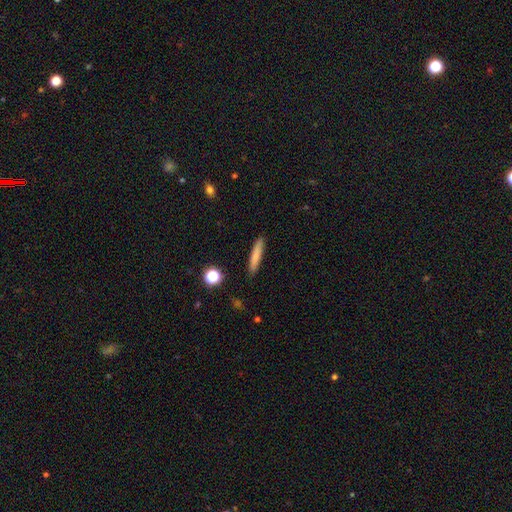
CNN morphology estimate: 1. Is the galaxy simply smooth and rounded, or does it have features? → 76% smooth, 16% featured or disk, 8% star or artifact.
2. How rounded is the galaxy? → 91% cigar-shaped, 7% in between, 2% round.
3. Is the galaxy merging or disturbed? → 89% none, 8% minor disturbance, 2% major disturbance, 1% merger.